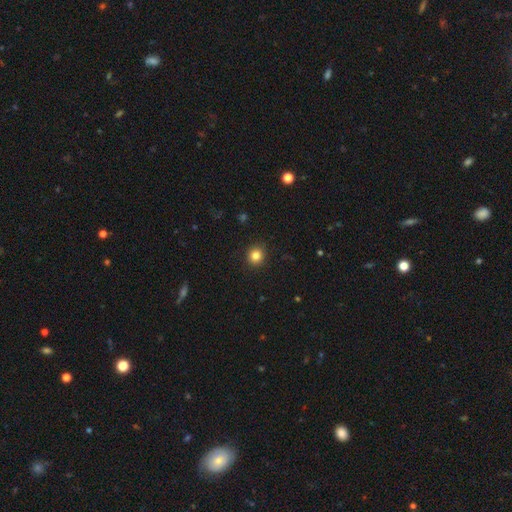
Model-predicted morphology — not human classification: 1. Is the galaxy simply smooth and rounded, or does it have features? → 84% smooth, 11% star or artifact, 5% featured or disk.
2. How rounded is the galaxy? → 90% round, 9% in between, 1% cigar-shaped.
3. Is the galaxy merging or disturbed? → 92% none, 6% minor disturbance, 2% major disturbance, 1% merger.